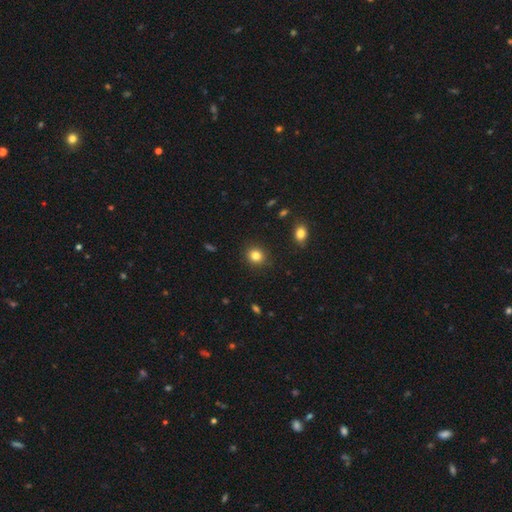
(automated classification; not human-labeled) A smooth galaxy with no disk features (83%) that is round (85%).

Vote fractions:
- Smooth or featured? smooth: 83% / star or artifact: 11% / featured or disk: 6%
- How rounded? round: 85% / in between: 14% / cigar-shaped: 1%
- Merging? none: 90% / minor disturbance: 7% / major disturbance: 2% / merger: 1%